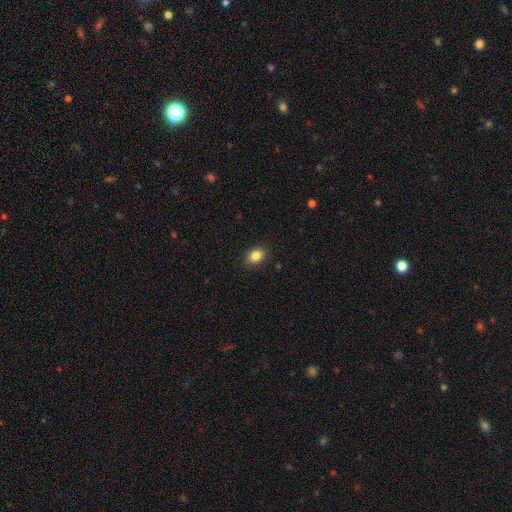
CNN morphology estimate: Smooth or featured?
  - smooth: 85% *
  - star or artifact: 10%
  - featured or disk: 6%
How rounded?
  - in between: 65% *
  - round: 34%
  - cigar-shaped: 1%
Merging?
  - none: 88% *
  - minor disturbance: 9%
  - major disturbance: 2%
  - merger: 1%